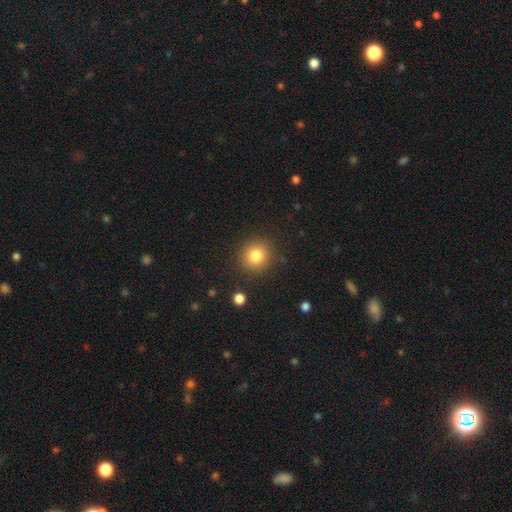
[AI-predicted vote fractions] Smooth or featured? Predicted: smooth (p=0.81). How rounded? Predicted: round (p=0.90). Merging? Predicted: none (p=0.88).